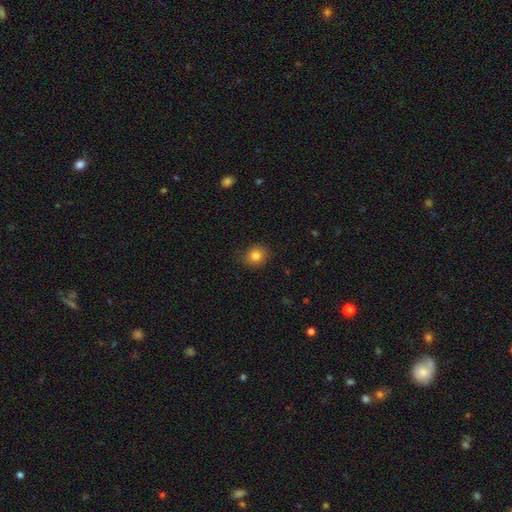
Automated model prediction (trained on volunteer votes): smooth 82%, star or artifact 11%, featured or disk 7%. Down the decision tree: how rounded — round (78%); merging — none (86%).